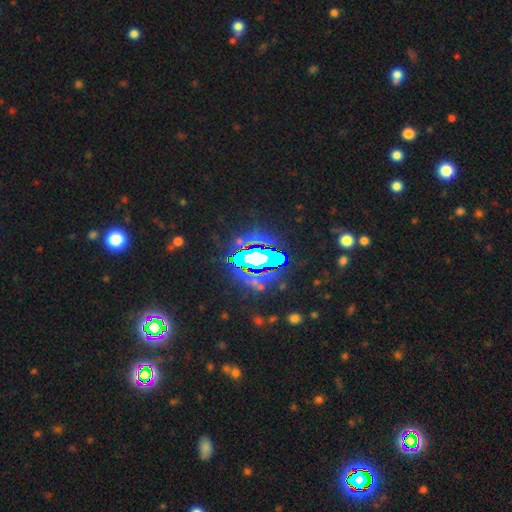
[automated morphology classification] Smooth or featured? star or artifact (67%)